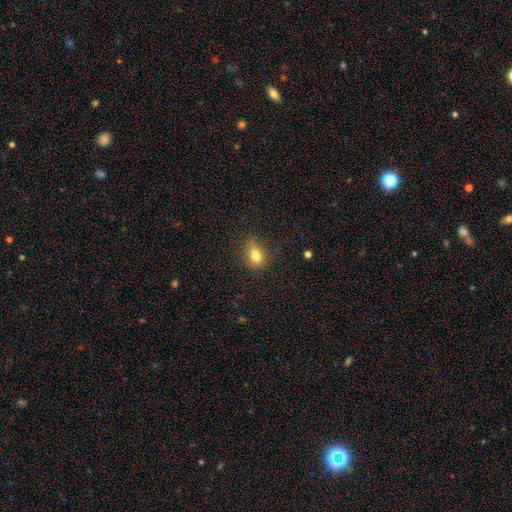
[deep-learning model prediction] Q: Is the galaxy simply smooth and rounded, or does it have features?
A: smooth — 74%.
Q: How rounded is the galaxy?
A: round — 50%.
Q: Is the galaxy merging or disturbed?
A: none — 52%.